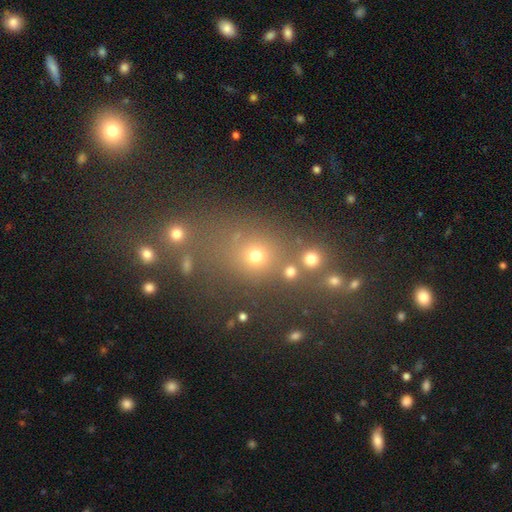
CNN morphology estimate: Smooth or featured?
  - star or artifact: 45% *
  - smooth: 40%
  - featured or disk: 15%